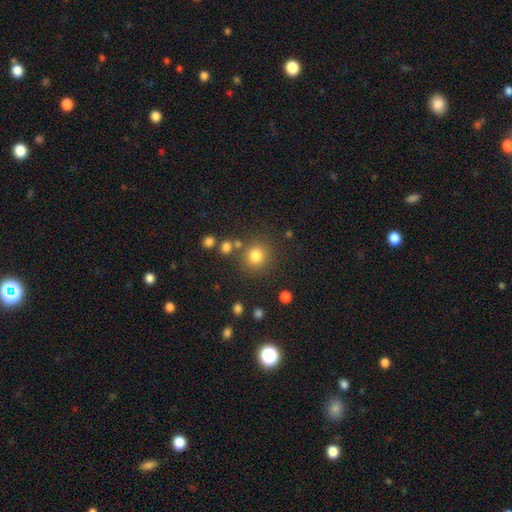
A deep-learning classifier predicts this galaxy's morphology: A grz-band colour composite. It shows a smooth galaxy with no disk features (81%) that is round (90%). Merging: none (80%).